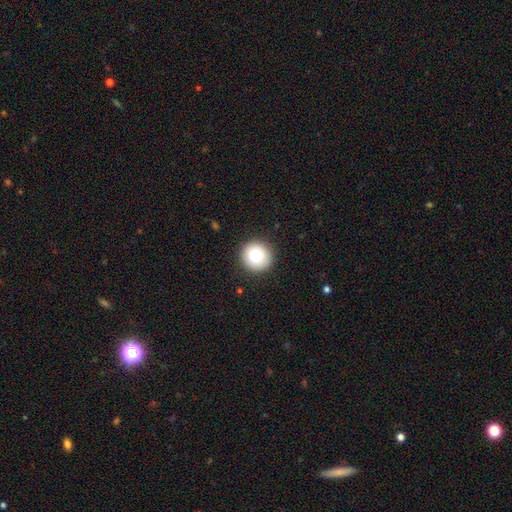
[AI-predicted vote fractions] Smooth or featured: smooth — 82% (featured or disk — 9%)
How rounded: round — 94% (in between — 5%)
Merging: none — 90% (minor disturbance — 7%)